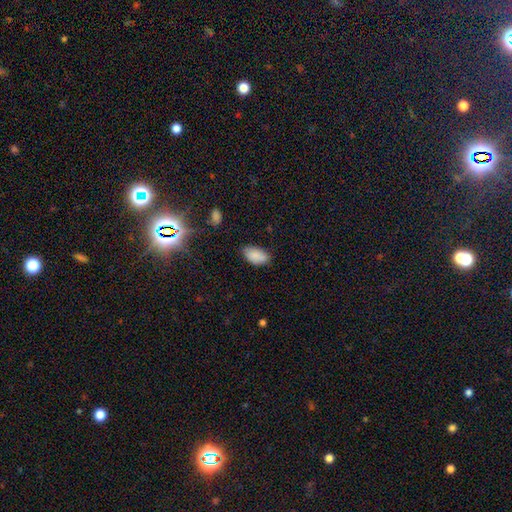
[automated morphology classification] smooth 85%, star or artifact 8%, featured or disk 6%. Down the decision tree: how rounded — in between (94%); merging — none (73%).